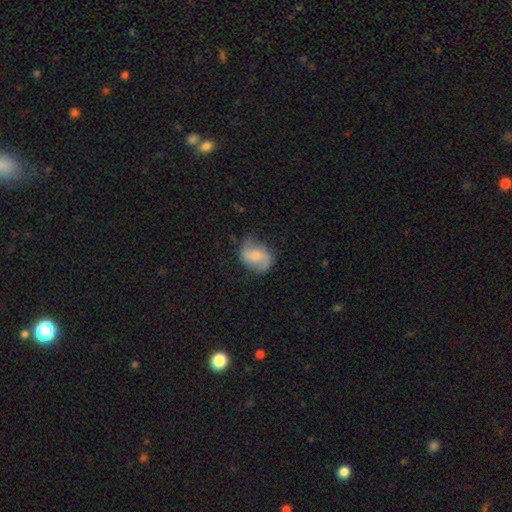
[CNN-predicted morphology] This appears to be a featured or disk galaxy (57%) with no bar (48%), spiral arms (85%) and a small central bulge (48%). Merging: none (68%).